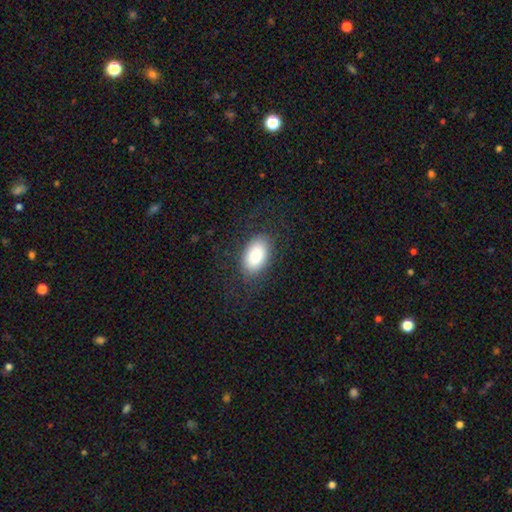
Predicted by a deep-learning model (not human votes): A smooth galaxy with no disk features (84%) that is in between round and cigar-shaped (93%). Merging: none (77%).